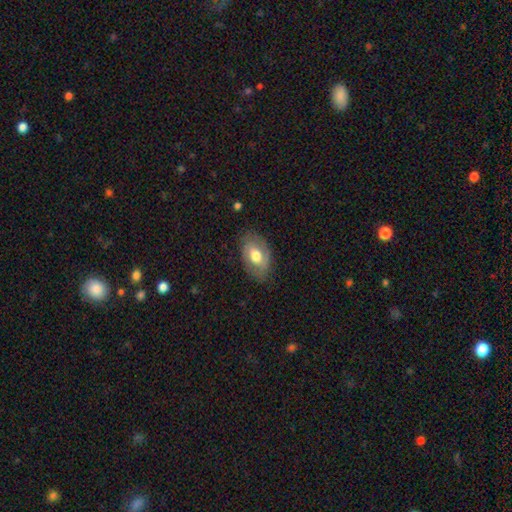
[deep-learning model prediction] A smooth galaxy with no disk features (51%) that is in between round and cigar-shaped (88%). Merging: none (75%).